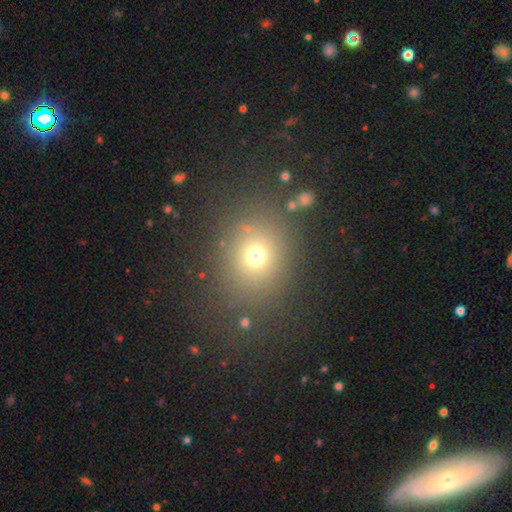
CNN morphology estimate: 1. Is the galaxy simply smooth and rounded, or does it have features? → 70% smooth, 20% star or artifact, 10% featured or disk.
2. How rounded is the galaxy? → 70% round, 29% in between, 1% cigar-shaped.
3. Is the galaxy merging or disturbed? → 80% none, 10% minor disturbance, 6% major disturbance, 4% merger.